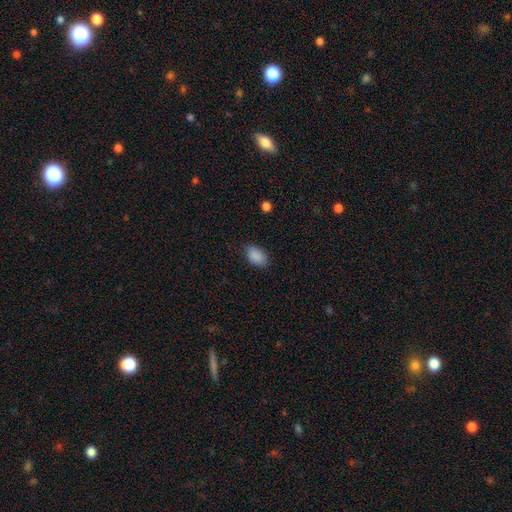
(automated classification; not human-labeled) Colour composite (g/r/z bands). It shows a smooth galaxy with no disk features (89%) that is in between round and cigar-shaped (90%). Merging: none (81%).